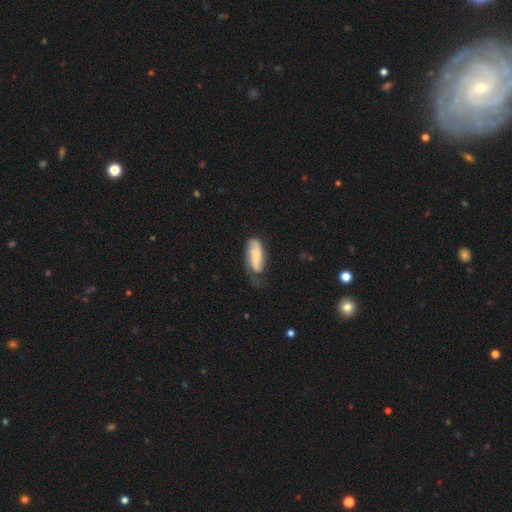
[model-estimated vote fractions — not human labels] A smooth galaxy with no disk features (54%) that is in between round and cigar-shaped (76%).

Vote fractions:
- Smooth or featured? smooth: 54% / featured or disk: 40% / star or artifact: 6%
- How rounded? in between: 76% / cigar-shaped: 23% / round: 2%
- Merging? none: 43% / minor disturbance: 35% / major disturbance: 20% / merger: 2%